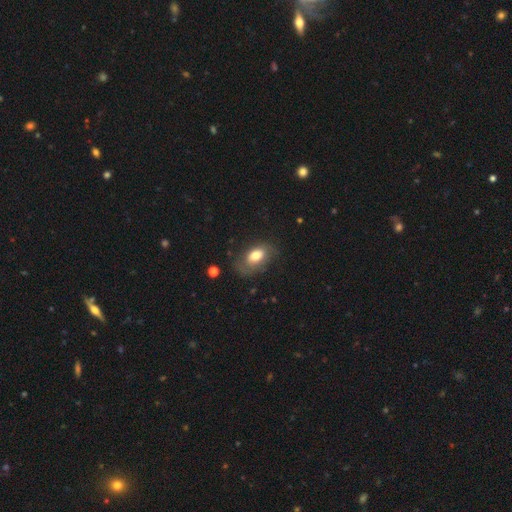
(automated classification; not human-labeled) smooth 71%, featured or disk 21%, star or artifact 8%. Down the decision tree: how rounded — in between (87%); merging — none (59%).